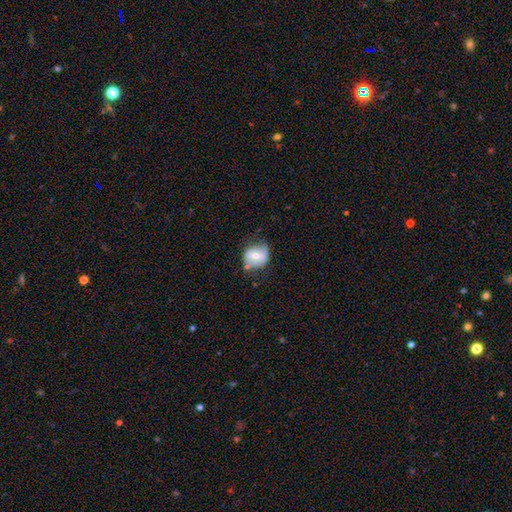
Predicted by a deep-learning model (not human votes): Morphology: type=featured or disk (53%); edge-on=no (96%); bar=weak (39%); spiral arms=yes (67%); bulge=moderate (56%); merging=none (60%).